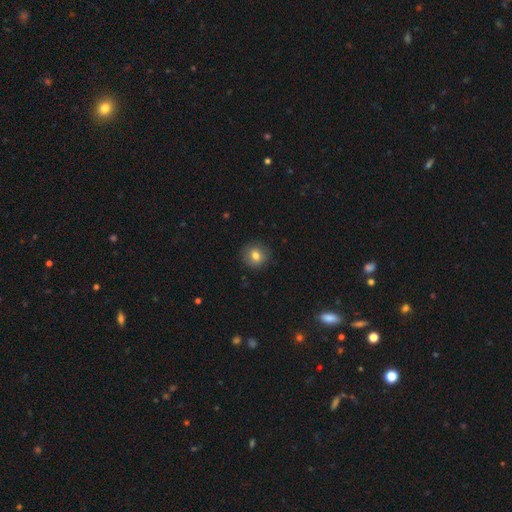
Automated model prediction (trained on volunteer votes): A smooth galaxy with no disk features (78%) that is round (89%).

Vote fractions:
- Smooth or featured? smooth: 78% / featured or disk: 12% / star or artifact: 10%
- How rounded? round: 89% / in between: 10% / cigar-shaped: 1%
- Merging? none: 88% / minor disturbance: 8% / major disturbance: 2% / merger: 1%